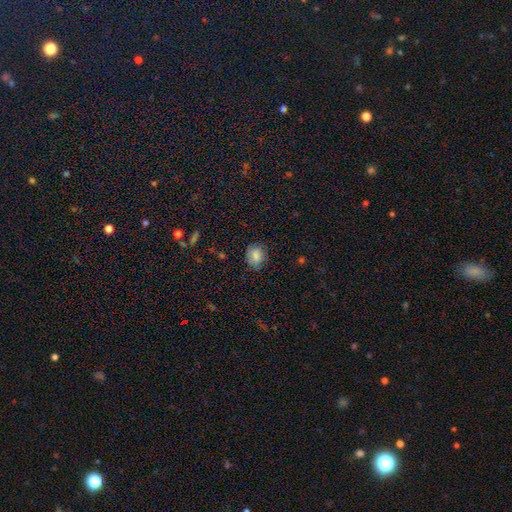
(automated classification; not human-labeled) Smooth or featured? Predicted: smooth (p=0.81). How rounded? Predicted: round (p=0.52). Merging? Predicted: none (p=0.75).